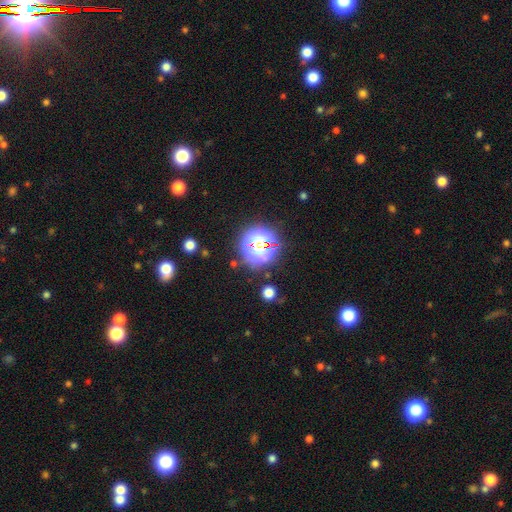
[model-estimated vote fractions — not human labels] A star or artifact, not a galaxy (61%).

Vote fractions:
- Smooth or featured? star or artifact: 61% / smooth: 28% / featured or disk: 11%